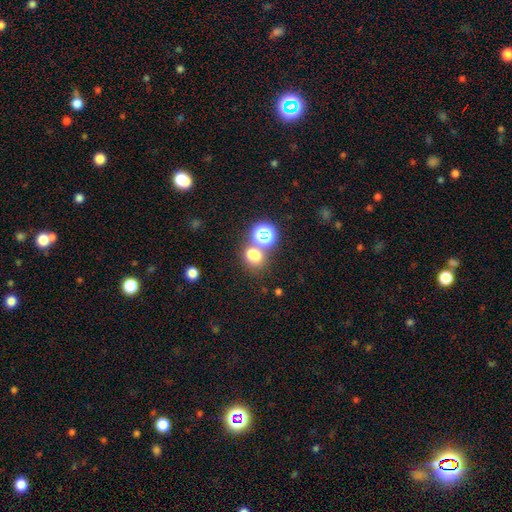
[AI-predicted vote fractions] A smooth galaxy with no disk features (68%) that is round (64%).

Vote fractions:
- Smooth or featured? smooth: 68% / star or artifact: 24% / featured or disk: 9%
- How rounded? round: 64% / in between: 35% / cigar-shaped: 1%
- Merging? none: 60% / merger: 26% / minor disturbance: 9% / major disturbance: 4%